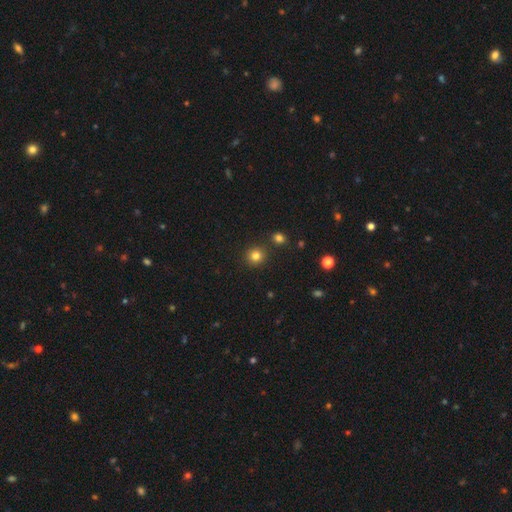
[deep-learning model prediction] smooth-or-featured: smooth: 81% | star or artifact: 13% | featured or disk: 5%
  how-rounded: round: 91% | in between: 8% | cigar-shaped: 1%
  merging: none: 86% | minor disturbance: 7% | merger: 5% | major disturbance: 2%